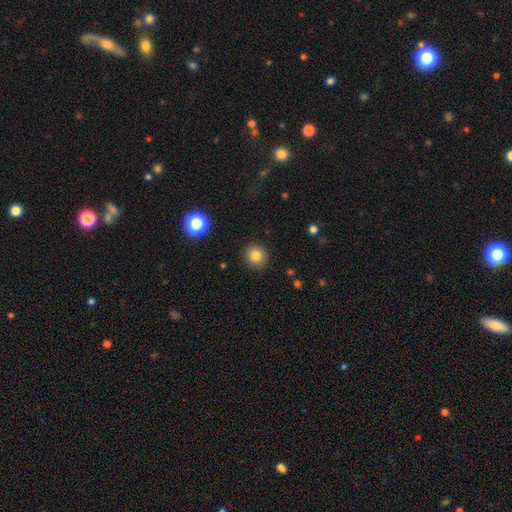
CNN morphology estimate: Q: Smooth or featured?
A: smooth (81%); runner-up: star or artifact (12%)
Q: How rounded?
A: round (91%); runner-up: in between (8%)
Q: Merging?
A: none (91%); runner-up: minor disturbance (6%)